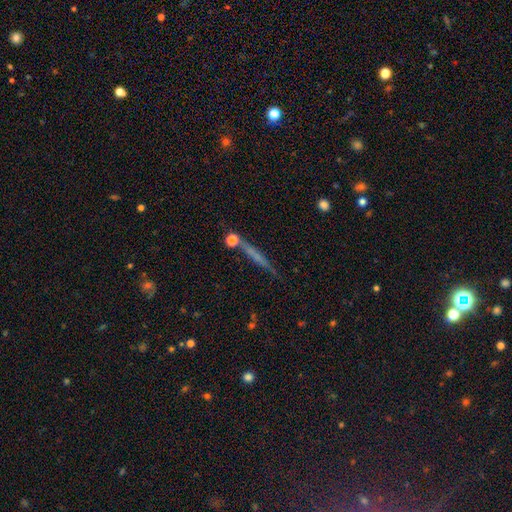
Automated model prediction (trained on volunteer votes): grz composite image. It shows a featured or disk galaxy (45%). Merging: none (77%).